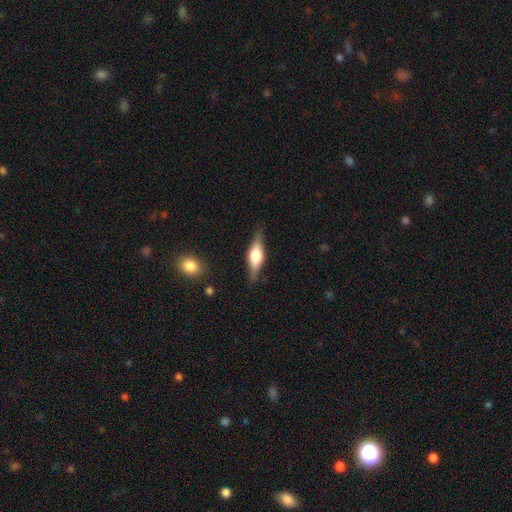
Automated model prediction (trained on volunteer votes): A featured or disk galaxy (57%) viewed edge-on (94%) with a rounded central bulge (81%). Merging: none (82%).